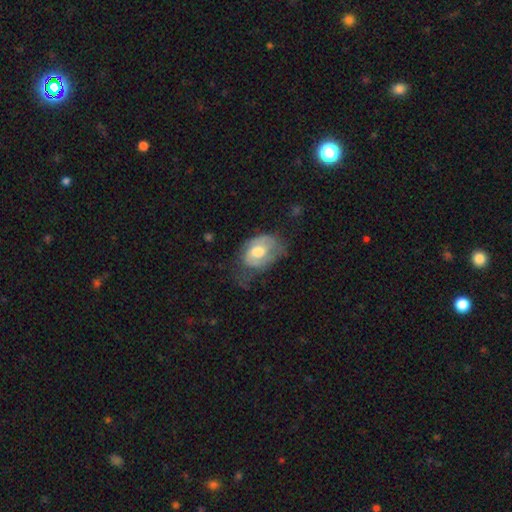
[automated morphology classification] smooth_or_featured: smooth (p=0.43) [alt: featured or disk p=0.41]
merging: none (p=0.56) [alt: minor disturbance p=0.27]